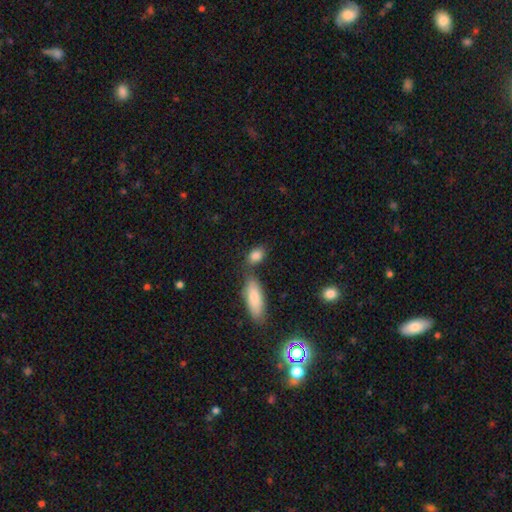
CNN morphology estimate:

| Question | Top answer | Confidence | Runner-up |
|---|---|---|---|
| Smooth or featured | smooth | 84% | star or artifact (8%) |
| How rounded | in between | 78% | round (16%) |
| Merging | none | 64% | merger (19%) |